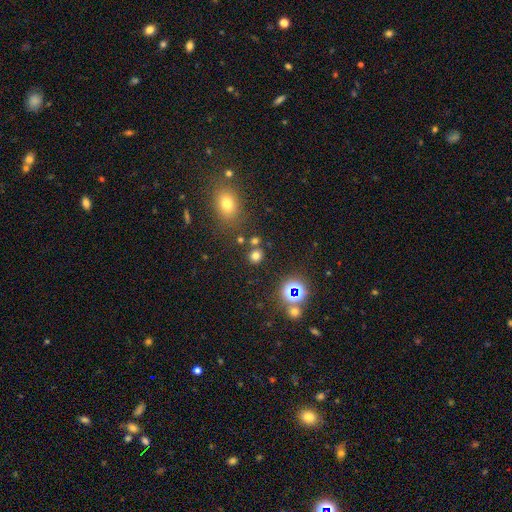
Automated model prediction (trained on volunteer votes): Overall: smooth (69%). How rounded: round (79%). Merging: none (79%).